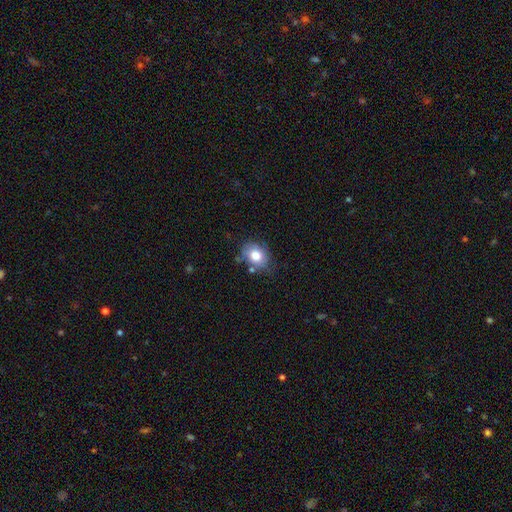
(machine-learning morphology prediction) This is likely a smooth galaxy (76%). How rounded: possibly in between (53%). Merging: likely none (64%).